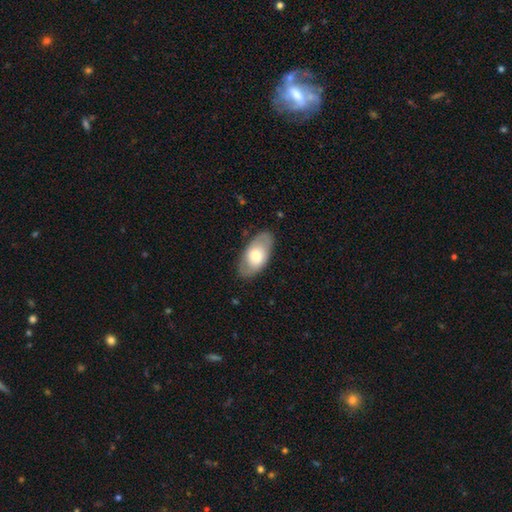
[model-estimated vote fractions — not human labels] This appears to be a smooth galaxy with no disk features (56%) that is in between round and cigar-shaped (92%). Merging: none (82%).